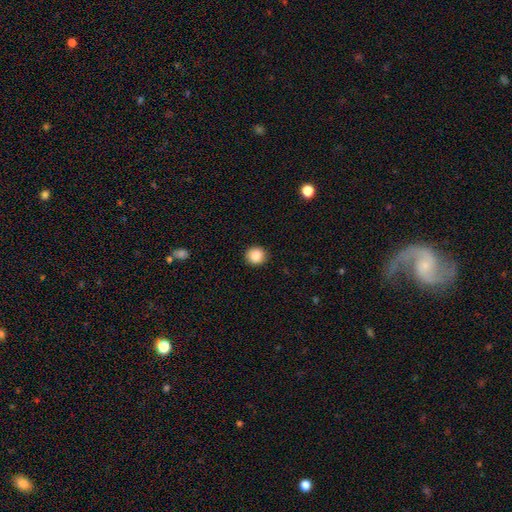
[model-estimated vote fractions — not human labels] A smooth galaxy with no disk features (88%) that is round (87%). Merging: none (89%).